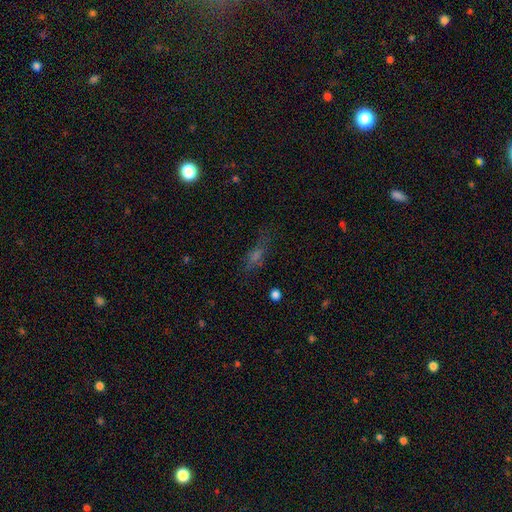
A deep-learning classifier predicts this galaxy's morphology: The model was most divided on "smooth or featured": smooth: 46%, star or artifact: 28%, featured or disk: 25%. More confident: merging — none (63%).